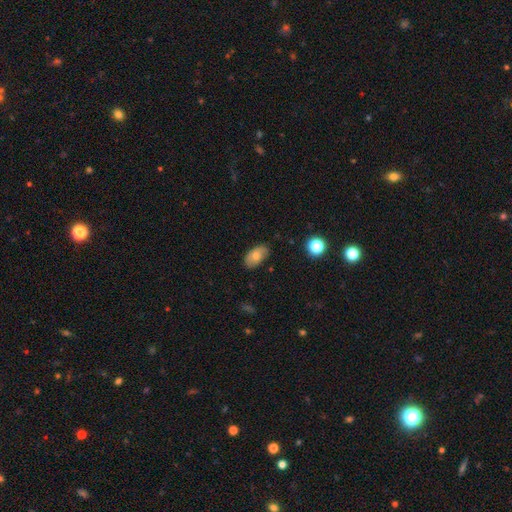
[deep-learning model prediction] A smooth galaxy with no disk features (72%) that is in between round and cigar-shaped (92%). Merging: none (74%).